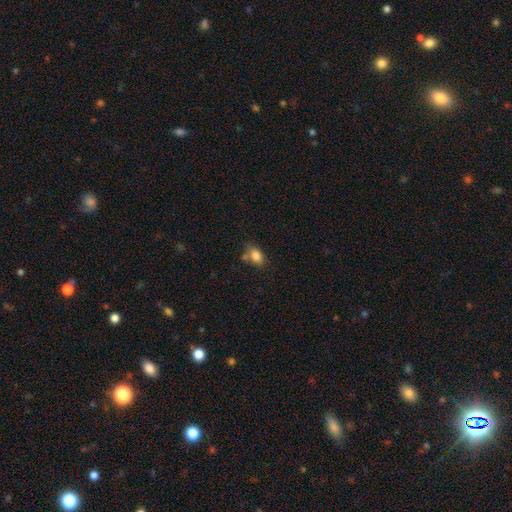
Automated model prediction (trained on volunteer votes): smooth-or-featured: smooth: 83% | star or artifact: 9% | featured or disk: 8%
  how-rounded: in between: 83% | round: 16% | cigar-shaped: 2%
  merging: none: 63% | minor disturbance: 19% | merger: 13% | major disturbance: 5%